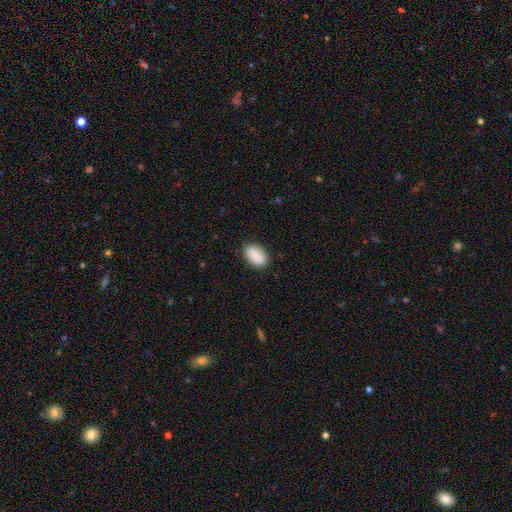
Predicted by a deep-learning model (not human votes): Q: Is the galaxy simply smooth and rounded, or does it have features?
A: smooth — 88%.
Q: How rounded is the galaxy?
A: in between — 91%.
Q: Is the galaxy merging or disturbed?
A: none — 85%.